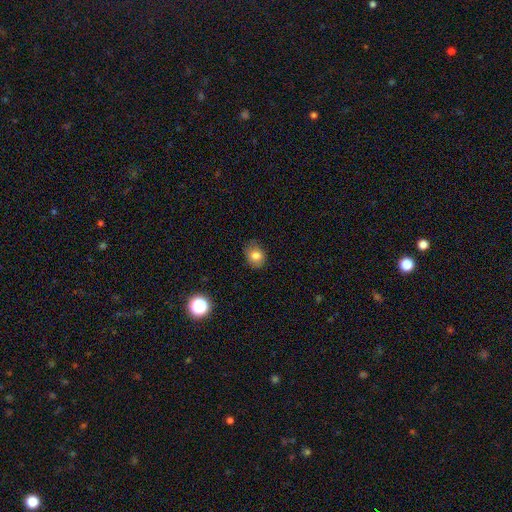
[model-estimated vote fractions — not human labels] smooth 81%, star or artifact 11%, featured or disk 8%. Down the decision tree: how rounded — round (51%); merging — none (79%).